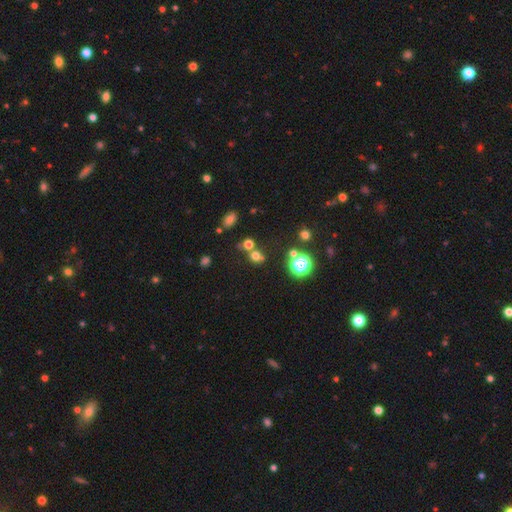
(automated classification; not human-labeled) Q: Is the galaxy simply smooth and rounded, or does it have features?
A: smooth — 63%.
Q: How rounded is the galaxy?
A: round — 75%.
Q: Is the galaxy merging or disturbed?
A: none — 58%.